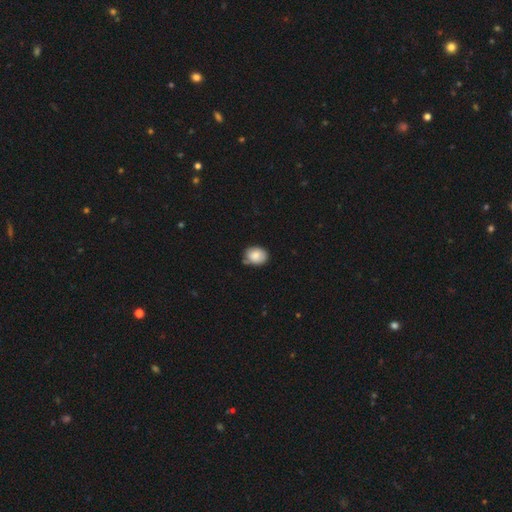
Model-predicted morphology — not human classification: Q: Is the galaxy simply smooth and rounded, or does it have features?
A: smooth — 84%.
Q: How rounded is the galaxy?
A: in between — 57%.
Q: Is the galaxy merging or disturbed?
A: none — 65%.